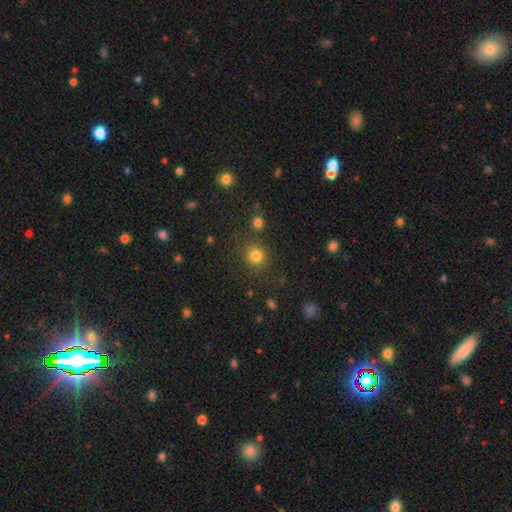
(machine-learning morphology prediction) type=smooth (80%); roundness=round (88%); merging=none (80%).